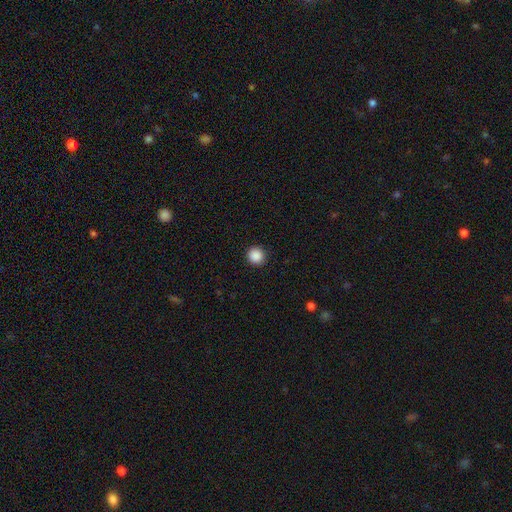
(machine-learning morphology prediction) type=smooth (88%); roundness=round (94%); merging=none (92%).